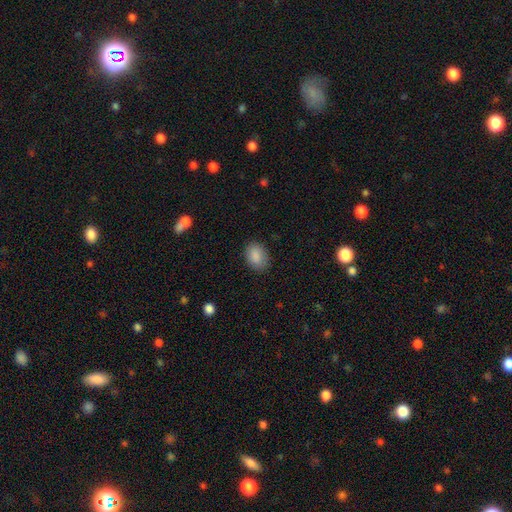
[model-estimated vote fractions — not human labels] smooth 88%, star or artifact 8%, featured or disk 4%. Down the decision tree: how rounded — in between (75%); merging — none (84%).